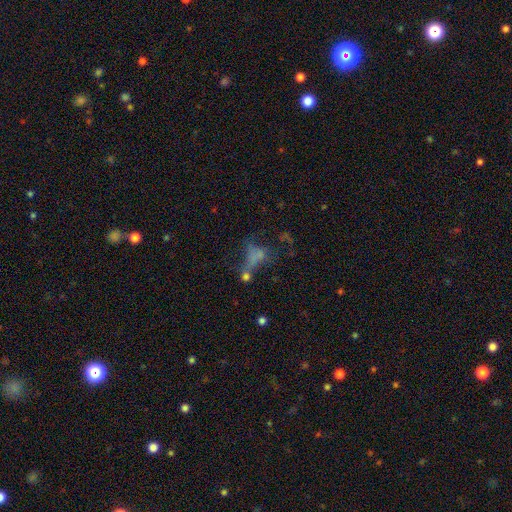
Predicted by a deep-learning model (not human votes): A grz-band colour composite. It shows a smooth galaxy with no disk features (43%). Merging: major disturbance (34%).